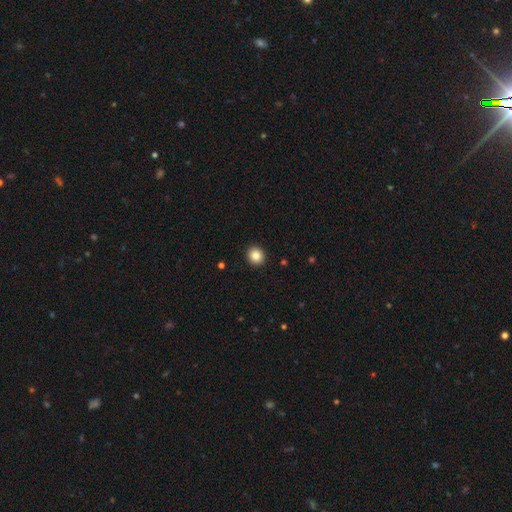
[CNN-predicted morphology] type=smooth (85%); roundness=round (81%); merging=none (93%).